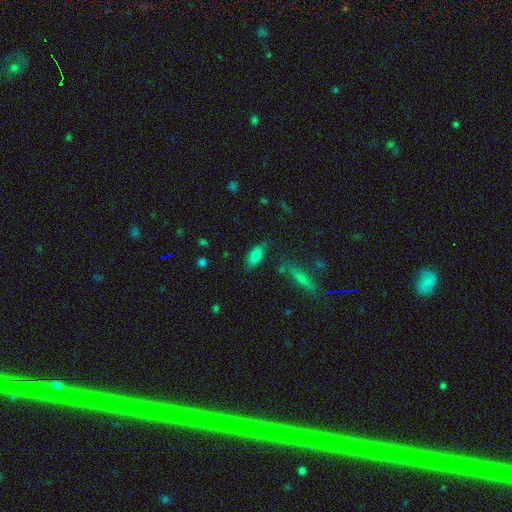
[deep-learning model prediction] Smooth or featured?
  - smooth: 80% *
  - featured or disk: 11%
  - star or artifact: 9%
How rounded?
  - in between: 84% *
  - cigar-shaped: 12%
  - round: 4%
Merging?
  - none: 69% *
  - minor disturbance: 21%
  - major disturbance: 6%
  - merger: 5%